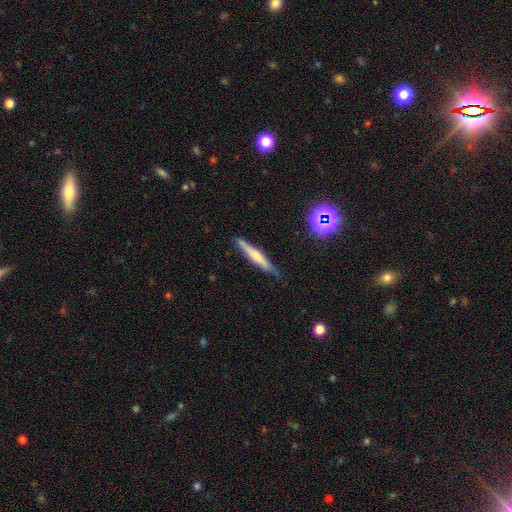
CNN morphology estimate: The model was most divided on "smooth or featured": featured or disk: 47%, smooth: 44%, star or artifact: 9%. More confident: merging — none (82%).